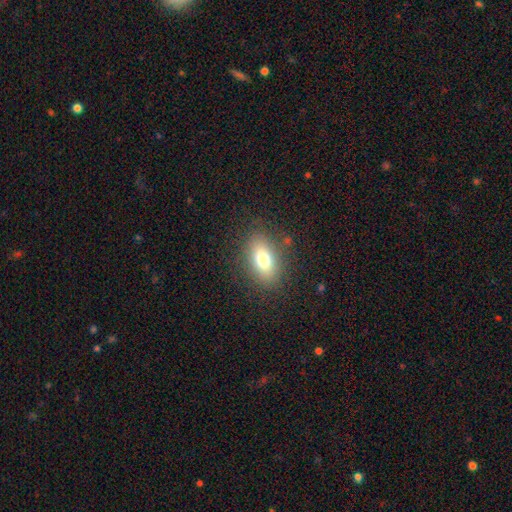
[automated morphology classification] A smooth galaxy with no disk features (72%) that is in between round and cigar-shaped (83%).

Vote fractions:
- Smooth or featured? smooth: 72% / featured or disk: 15% / star or artifact: 13%
- How rounded? in between: 83% / round: 12% / cigar-shaped: 5%
- Merging? none: 89% / minor disturbance: 8% / major disturbance: 2% / merger: 1%